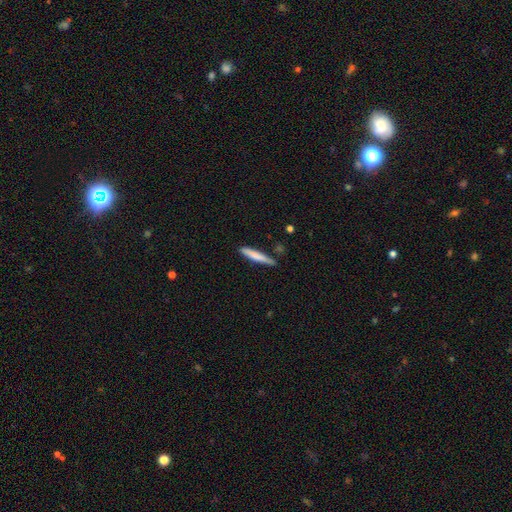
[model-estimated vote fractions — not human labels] The model was most divided on "smooth or featured": smooth: 73%, featured or disk: 22%, star or artifact: 5%. More confident: how rounded — cigar-shaped (93%); merging — none (79%).